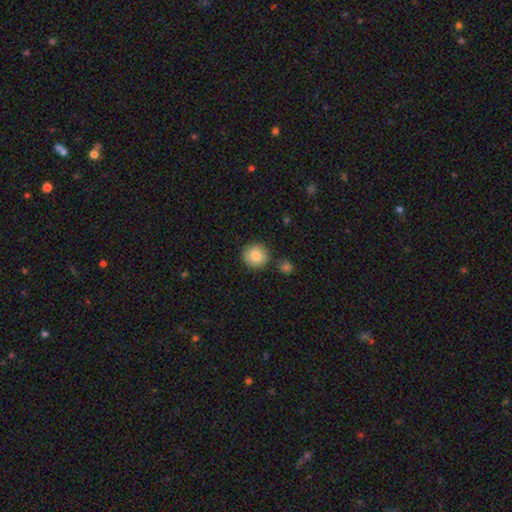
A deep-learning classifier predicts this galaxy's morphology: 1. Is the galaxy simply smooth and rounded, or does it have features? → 82% smooth, 10% featured or disk, 8% star or artifact.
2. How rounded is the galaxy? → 92% round, 7% in between, 1% cigar-shaped.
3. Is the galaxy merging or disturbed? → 79% none, 11% minor disturbance, 7% merger, 3% major disturbance.